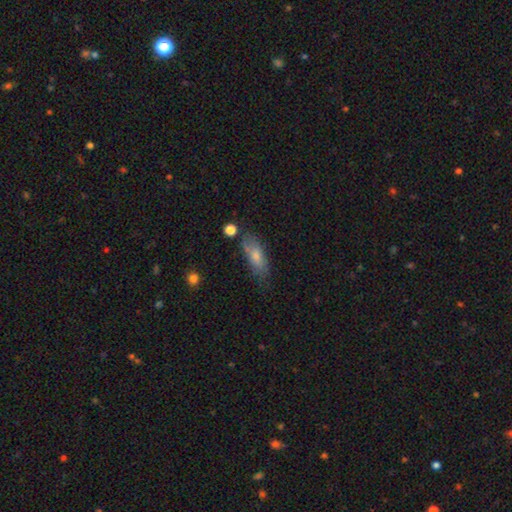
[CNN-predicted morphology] smooth_or_featured: smooth (p=0.66) [alt: featured or disk p=0.24]
how_rounded: in between (p=0.62) [alt: cigar-shaped p=0.35]
merging: none (p=0.66) [alt: minor disturbance p=0.22]